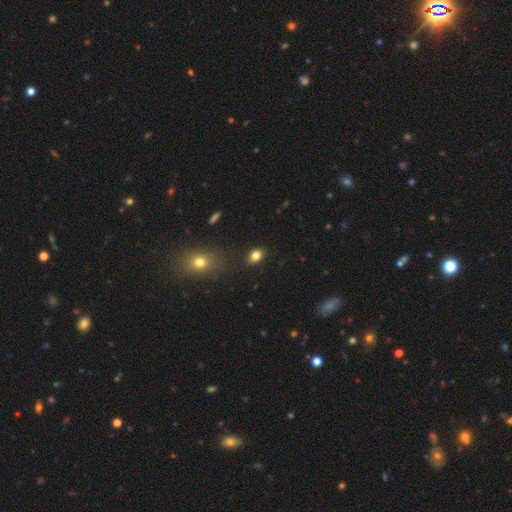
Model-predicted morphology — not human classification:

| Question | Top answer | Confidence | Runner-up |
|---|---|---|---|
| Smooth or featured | smooth | 81% | star or artifact (12%) |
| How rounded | in between | 66% | round (33%) |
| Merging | none | 85% | minor disturbance (10%) |